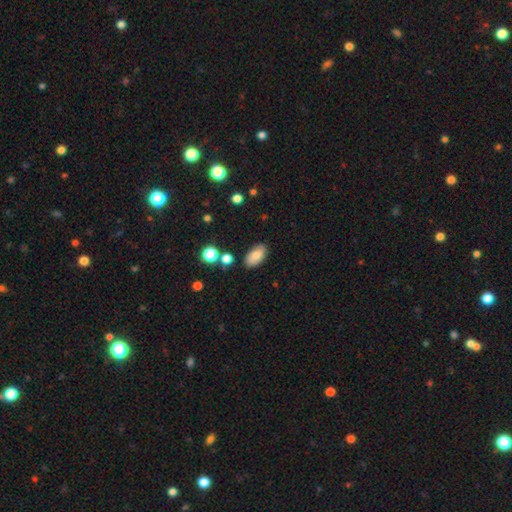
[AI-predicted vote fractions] A smooth galaxy with no disk features (81%) that is in between round and cigar-shaped (94%).

Vote fractions:
- Smooth or featured? smooth: 81% / featured or disk: 11% / star or artifact: 8%
- How rounded? in between: 94% / round: 4% / cigar-shaped: 2%
- Merging? none: 83% / minor disturbance: 12% / major disturbance: 3% / merger: 3%